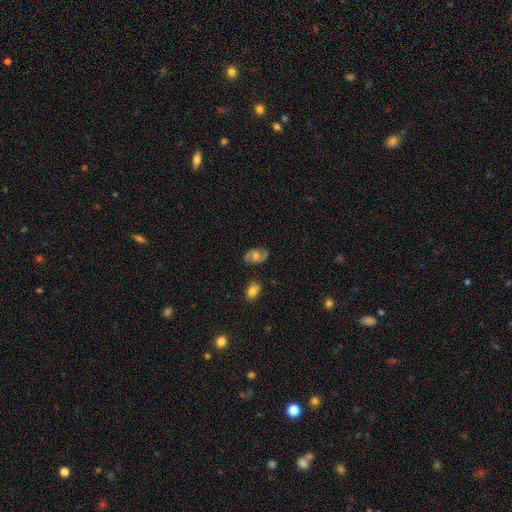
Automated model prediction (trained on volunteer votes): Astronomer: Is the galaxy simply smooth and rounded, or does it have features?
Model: featured or disk — 66%.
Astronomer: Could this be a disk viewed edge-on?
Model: no — 96%.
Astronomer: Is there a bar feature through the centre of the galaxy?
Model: no — 60%.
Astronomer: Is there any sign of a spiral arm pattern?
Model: yes — 83%.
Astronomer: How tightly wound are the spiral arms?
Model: medium — 50% (runner-up: tight, 27%).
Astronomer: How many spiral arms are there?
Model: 2 — 88%.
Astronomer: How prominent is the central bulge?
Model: moderate — 68%.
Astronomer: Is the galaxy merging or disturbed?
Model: none — 81%.